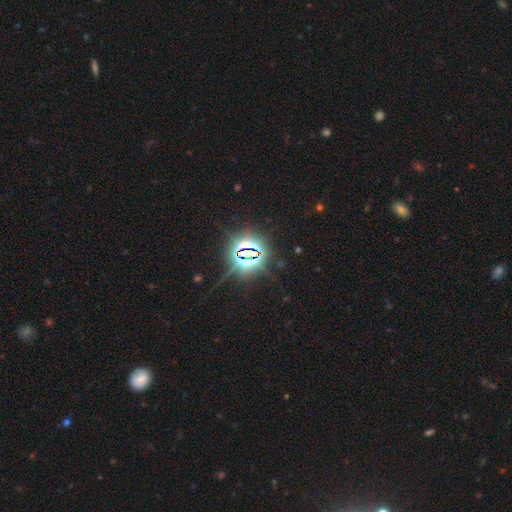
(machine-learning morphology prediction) Smooth or featured?
  - star or artifact: 84% *
  - featured or disk: 8%
  - smooth: 8%